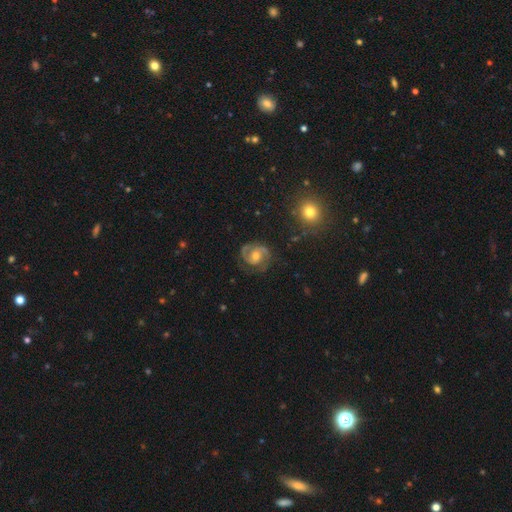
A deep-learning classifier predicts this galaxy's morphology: smooth-or-featured: featured or disk: 85% | smooth: 9% | star or artifact: 6%
  disk-edge-on: no: 98% | yes: 2%
    bar: no: 54% | weak: 37% | strong: 8%
    has-spiral-arms: yes: 96% | no: 4%
      spiral-winding: medium: 48% | tight: 42% | loose: 10%
      spiral-arm-count: 2: 85% | can't tell: 6% | 3: 5% | 1: 2% | 4: 1% | more than 4: 1%
    bulge-size: moderate: 63% | small: 28% | large: 5% | none: 2% | dominant: 1%
  merging: none: 77% | minor disturbance: 16% | major disturbance: 6% | merger: 1%